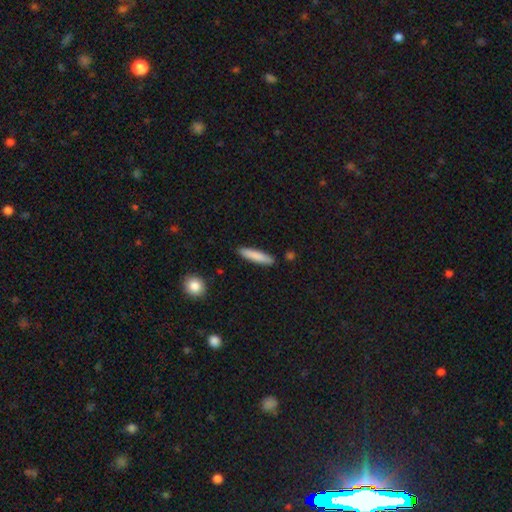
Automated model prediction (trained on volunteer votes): Morphology: type=smooth (83%); roundness=cigar-shaped (85%); merging=none (88%).